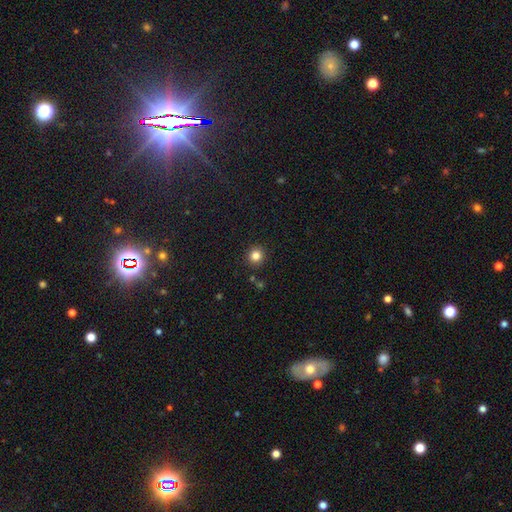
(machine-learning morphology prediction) Smooth or featured? smooth (83%)
How rounded? round (90%)
Merging? none (89%)